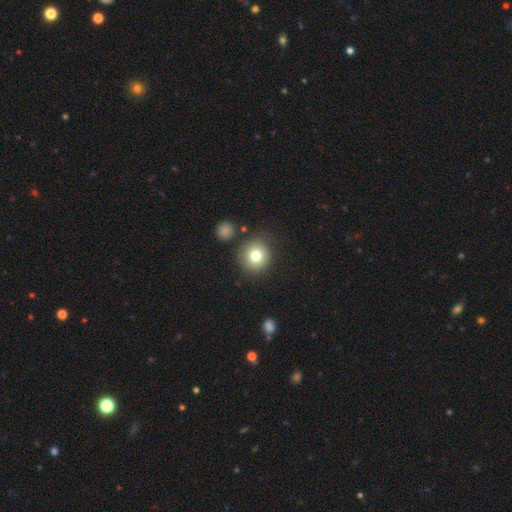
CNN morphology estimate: type=smooth (79%); roundness=round (90%); merging=none (82%).